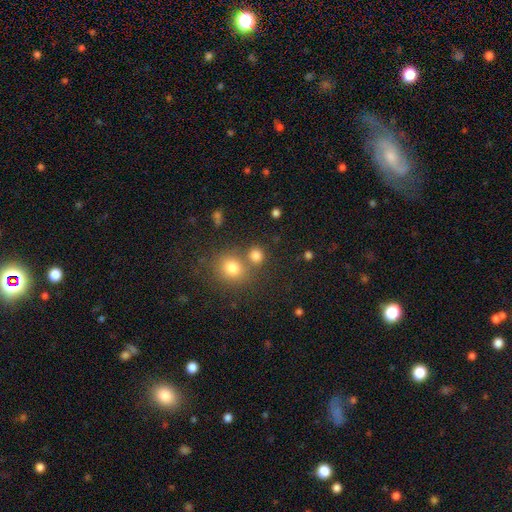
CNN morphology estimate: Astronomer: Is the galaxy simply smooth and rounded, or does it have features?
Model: smooth — 80%.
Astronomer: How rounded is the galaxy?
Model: round — 83%.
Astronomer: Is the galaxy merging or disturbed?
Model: none — 65%.